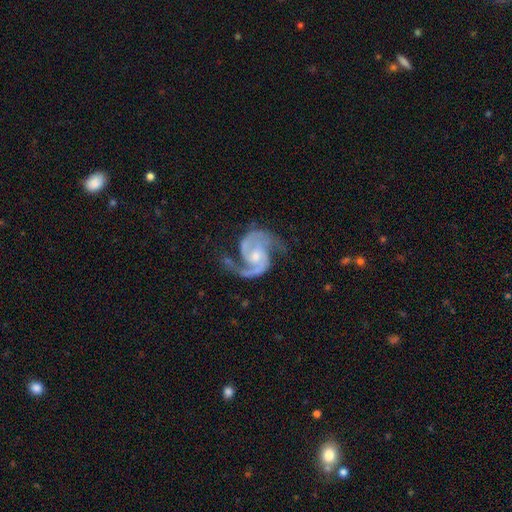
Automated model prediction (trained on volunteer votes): Overall: featured or disk (94%). Edge-on disk: no (98%). Bar: no (55%; weak 36%). Spiral arms: yes (99%). Spiral arm count: 2 (92%). Spiral winding: medium (63%). Bulge size: small (48%; moderate 45%). Merging: none (70%).